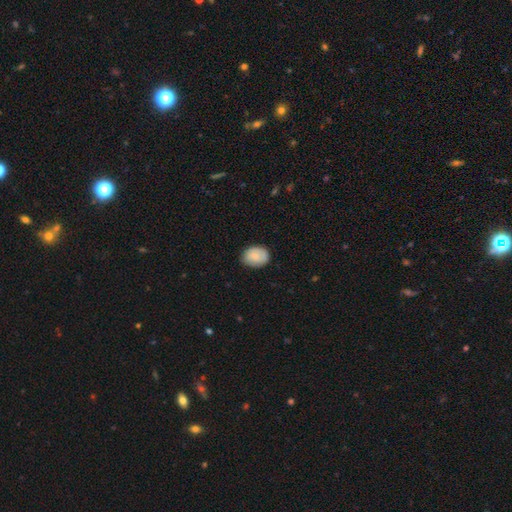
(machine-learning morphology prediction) This is clearly a smooth galaxy (84%). How rounded: likely in between (68%). Merging: clearly none (80%).